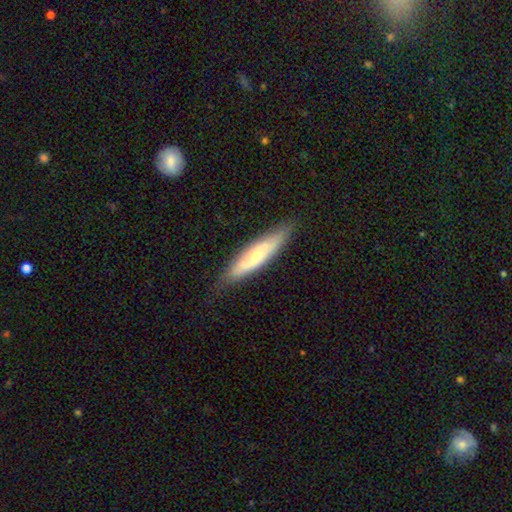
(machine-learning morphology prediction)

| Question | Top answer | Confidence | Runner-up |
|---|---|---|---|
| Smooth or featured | smooth | 48% | featured or disk (46%) |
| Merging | none | 81% | minor disturbance (15%) |